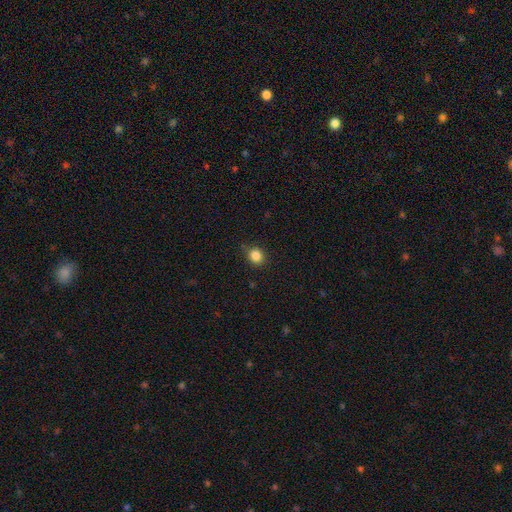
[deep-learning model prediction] The model was most divided on "how rounded": round: 78%, in between: 21%, cigar-shaped: 1%. More confident: smooth or featured — smooth (85%); merging — none (85%).